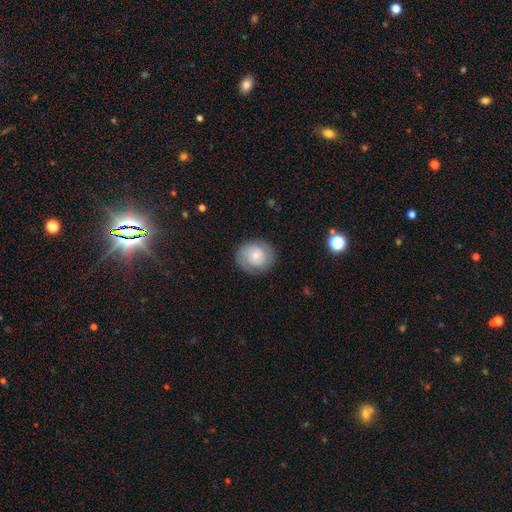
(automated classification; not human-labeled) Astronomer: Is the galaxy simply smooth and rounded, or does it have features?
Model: smooth — 52% (runner-up: featured or disk, 41%).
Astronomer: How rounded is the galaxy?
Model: round — 81%.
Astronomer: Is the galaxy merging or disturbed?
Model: none — 79%.